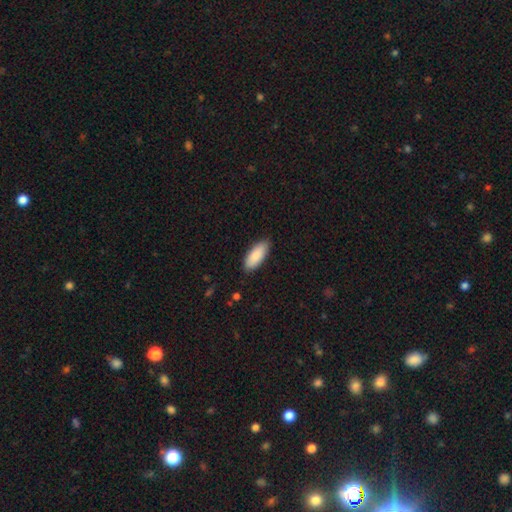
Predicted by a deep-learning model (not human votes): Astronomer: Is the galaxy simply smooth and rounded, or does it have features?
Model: smooth — 89%.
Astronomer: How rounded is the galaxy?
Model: in between — 81%.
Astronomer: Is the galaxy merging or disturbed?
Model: none — 86%.